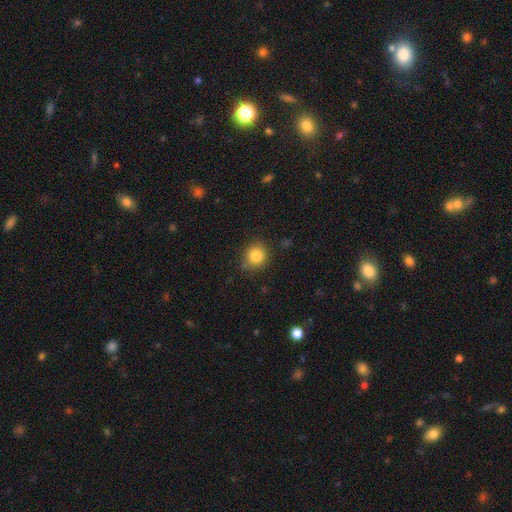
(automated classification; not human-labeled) This is clearly a smooth galaxy (84%). How rounded: clearly round (88%). Merging: clearly none (84%).